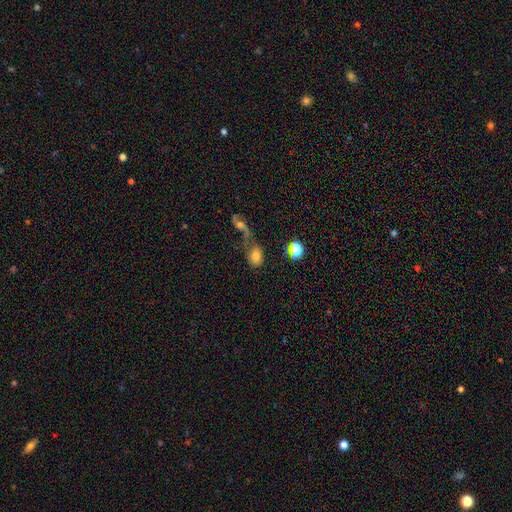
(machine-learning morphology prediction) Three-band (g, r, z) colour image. It shows a smooth galaxy with no disk features (70%) that is in between round and cigar-shaped (79%). Merging: merger (46%).